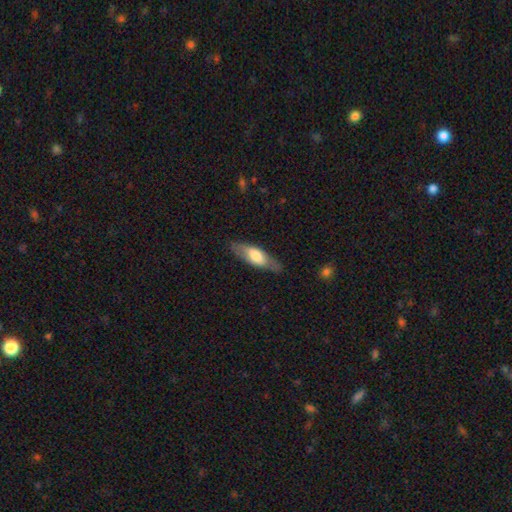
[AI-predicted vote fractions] smooth 58%, featured or disk 36%, star or artifact 6%. Down the decision tree: how rounded — in between (61%); merging — none (80%).